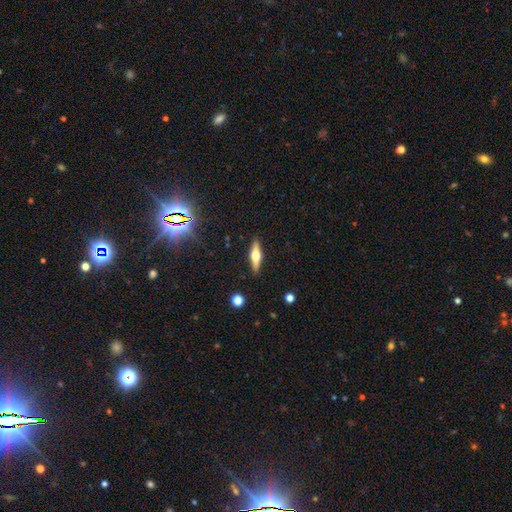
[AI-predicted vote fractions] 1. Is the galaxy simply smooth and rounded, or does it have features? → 53% featured or disk, 40% smooth, 7% star or artifact.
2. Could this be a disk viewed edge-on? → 92% yes, 8% no.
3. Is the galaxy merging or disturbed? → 89% none, 8% minor disturbance, 2% major disturbance, 1% merger.